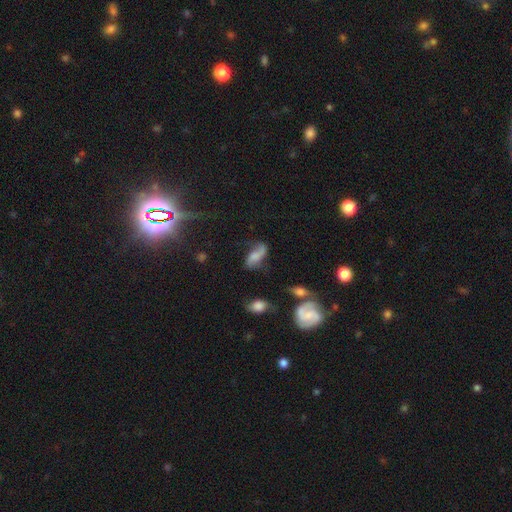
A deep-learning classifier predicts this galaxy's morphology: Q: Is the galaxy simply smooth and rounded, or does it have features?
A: featured or disk — 49%.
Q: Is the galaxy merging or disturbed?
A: none — 46%.